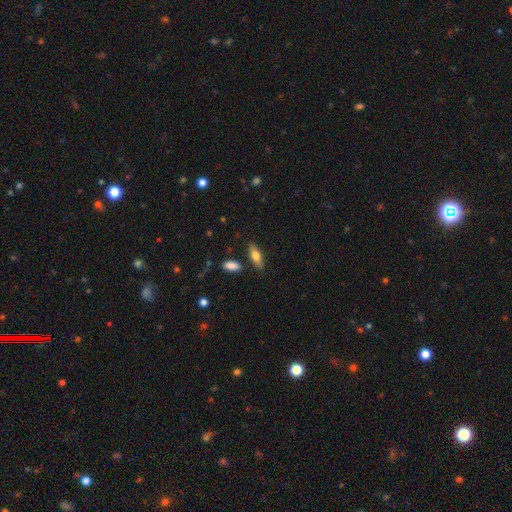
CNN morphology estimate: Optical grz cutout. It shows a smooth galaxy with no disk features (63%) that is in between round and cigar-shaped (60%). Merging: none (81%).